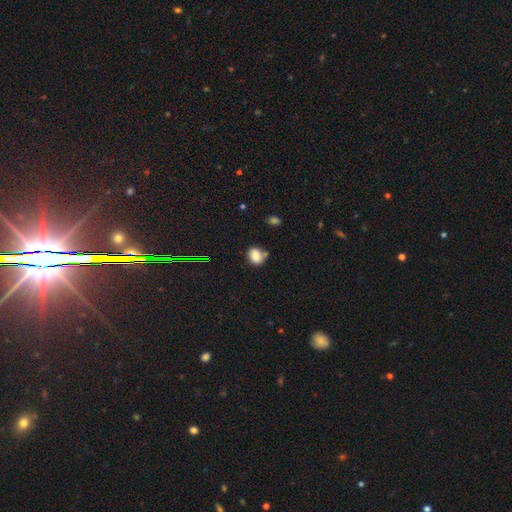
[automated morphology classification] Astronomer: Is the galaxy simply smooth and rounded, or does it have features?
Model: smooth — 79%.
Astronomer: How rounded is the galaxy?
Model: in between — 50% (runner-up: round, 49%).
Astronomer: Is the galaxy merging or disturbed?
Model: none — 52%.